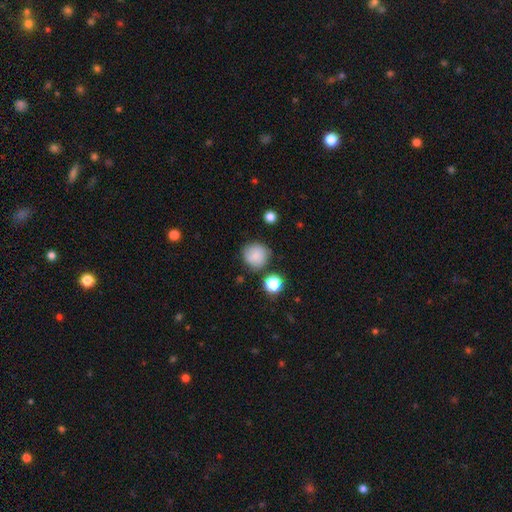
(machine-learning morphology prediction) Overall: smooth (83%). How rounded: round (93%). Merging: none (78%).